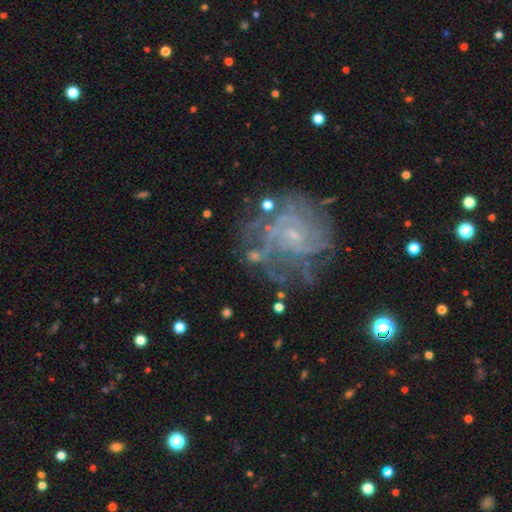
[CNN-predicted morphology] Smooth or featured: featured or disk — 78% (star or artifact — 12%)
Edge-on disk: no — 98% (yes — 2%)
Bar: no — 50% (weak — 41%)
Spiral arms: yes — 87% (no — 13%)
Spiral winding: tight — 51% (medium — 36%)
Spiral arm count: can't tell — 39% (3 — 16%)
Bulge size: small — 65% (moderate — 17%)
Merging: none — 54% (major disturbance — 20%)